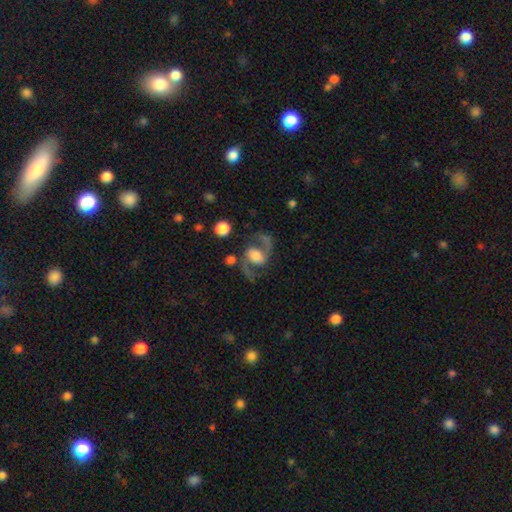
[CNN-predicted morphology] The model was most divided on "spiral winding": loose: 47%, medium: 46%, tight: 7%. Remaining: edge-on disk — no (98%); spiral arms — yes (97%); spiral arm count — 2 (94%); smooth or featured — featured or disk (88%); merging — none (73%); bulge size — moderate (43%); bar — no (42%).